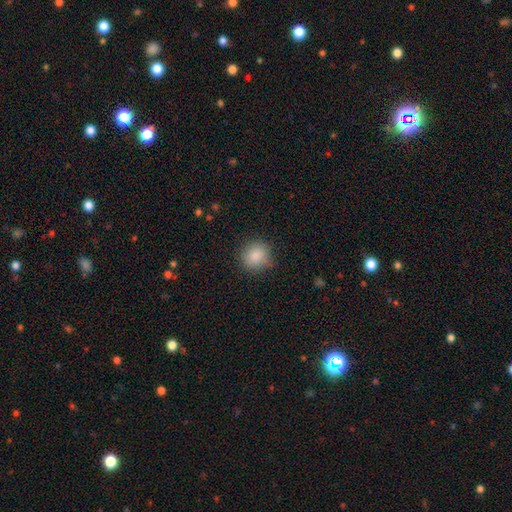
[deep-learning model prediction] smooth_or_featured: smooth (p=0.87) [alt: star or artifact p=0.09]
how_rounded: round (p=0.86) [alt: in between p=0.13]
merging: none (p=0.82) [alt: minor disturbance p=0.13]